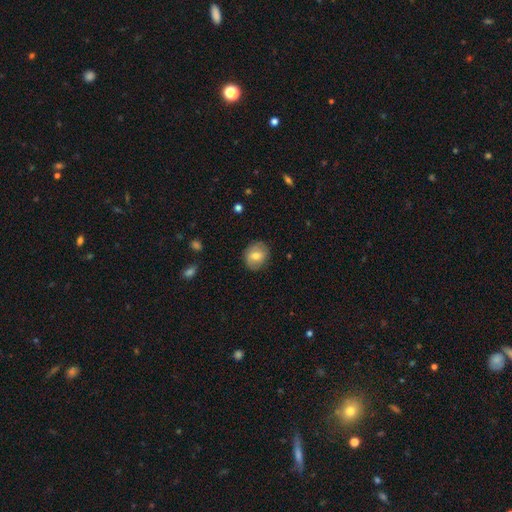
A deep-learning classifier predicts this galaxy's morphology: Overall: smooth (66%). How rounded: round (65%; in between 34%). Merging: none (82%).